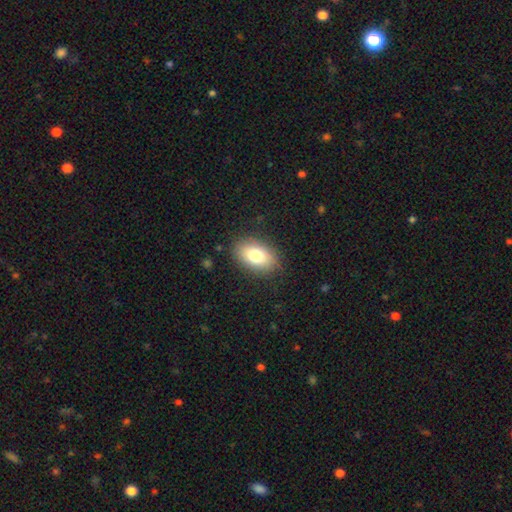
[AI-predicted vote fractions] Morphology: type=smooth (79%); roundness=in between (88%); merging=none (85%).